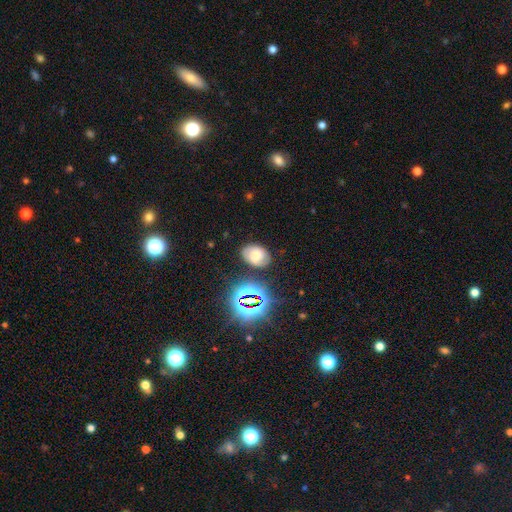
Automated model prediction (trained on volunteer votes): The model was most divided on "smooth or featured": smooth: 43%, featured or disk: 37%, star or artifact: 20%. More confident: merging — none (78%).